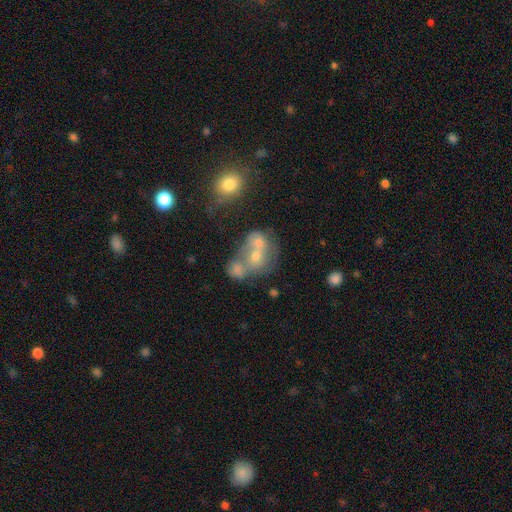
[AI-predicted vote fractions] smooth 48%, featured or disk 34%, star or artifact 17%. Down the decision tree: merging — merger (65%).